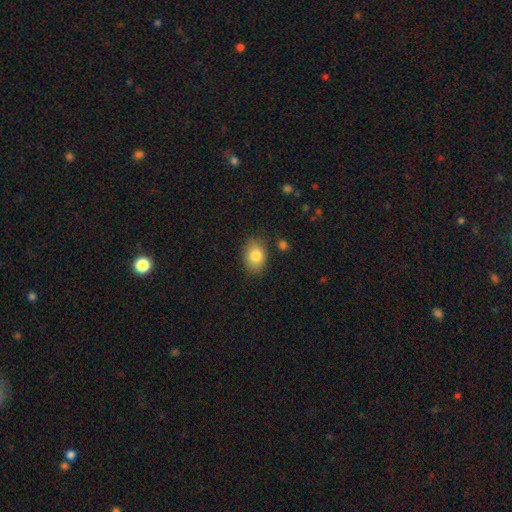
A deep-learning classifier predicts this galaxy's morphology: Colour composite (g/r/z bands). It shows a smooth galaxy with no disk features (82%) that is in between round and cigar-shaped (73%). Merging: none (82%).